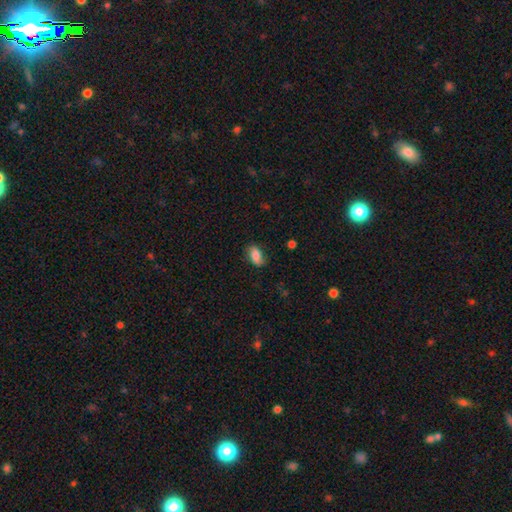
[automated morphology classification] Smooth or featured?
  - smooth: 75% *
  - featured or disk: 17%
  - star or artifact: 8%
How rounded?
  - in between: 89% *
  - round: 7%
  - cigar-shaped: 4%
Merging?
  - none: 76% *
  - minor disturbance: 18%
  - major disturbance: 4%
  - merger: 1%